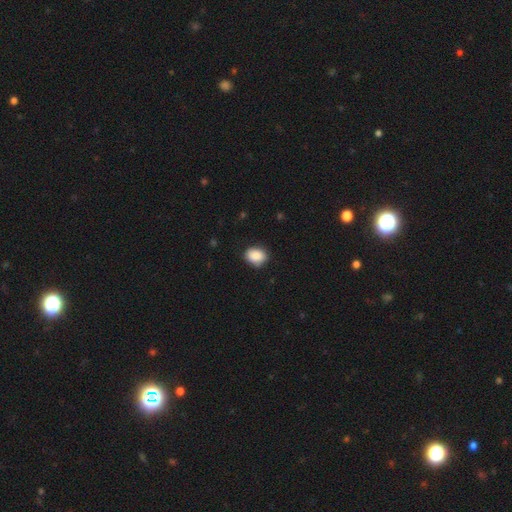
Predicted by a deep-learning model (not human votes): A smooth galaxy with no disk features (89%) that is in between round and cigar-shaped (61%). Merging: none (84%).